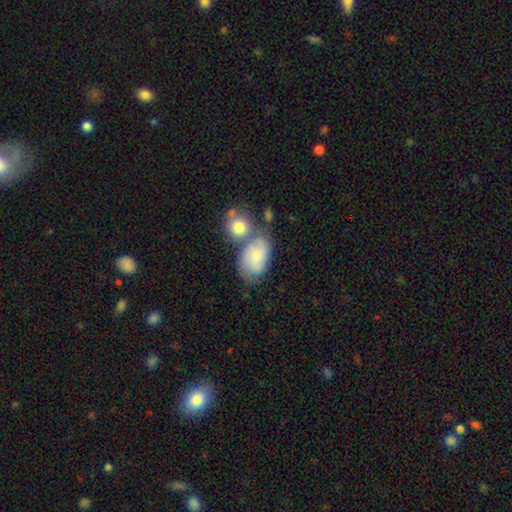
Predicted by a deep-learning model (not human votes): A smooth galaxy with no disk features (54%) that is in between round and cigar-shaped (83%).

Vote fractions:
- Smooth or featured? smooth: 54% / featured or disk: 39% / star or artifact: 7%
- How rounded? in between: 83% / round: 16% / cigar-shaped: 2%
- Merging? none: 40% / merger: 36% / minor disturbance: 17% / major disturbance: 7%